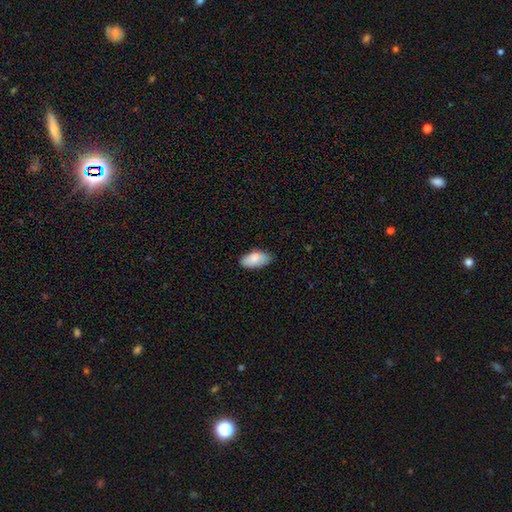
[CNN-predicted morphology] Smooth or featured: smooth — 84% (featured or disk — 9%)
How rounded: in between — 94% (cigar-shaped — 4%)
Merging: none — 70% (minor disturbance — 24%)